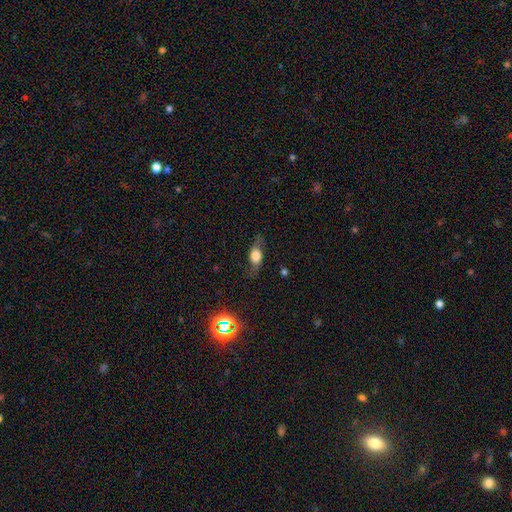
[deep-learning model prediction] Smooth or featured? smooth (55%)
How rounded? in between (69%)
Merging? none (65%)